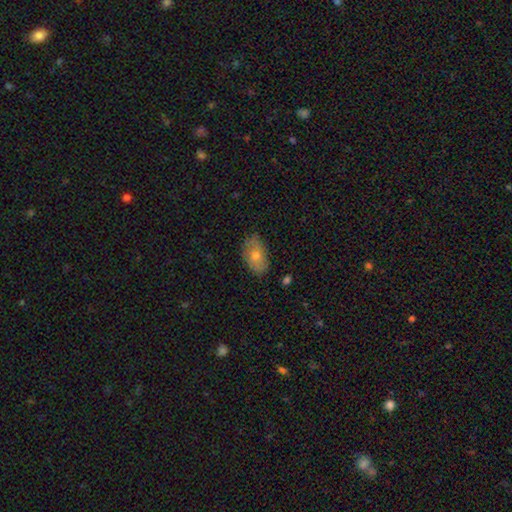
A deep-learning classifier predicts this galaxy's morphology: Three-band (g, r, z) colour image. It shows a smooth galaxy with no disk features (68%) that is in between round and cigar-shaped (91%). Merging: none (78%).